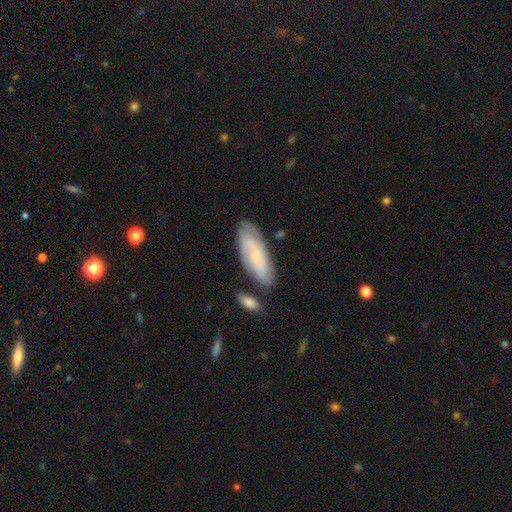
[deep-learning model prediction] Smooth or featured: featured or disk — 49% (smooth — 44%)
Merging: none — 72% (minor disturbance — 17%)